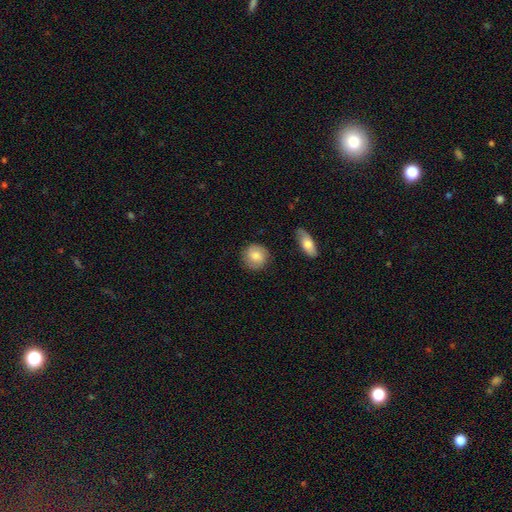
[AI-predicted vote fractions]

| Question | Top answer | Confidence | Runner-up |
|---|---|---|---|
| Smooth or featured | smooth | 78% | featured or disk (15%) |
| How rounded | round | 88% | in between (11%) |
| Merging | none | 84% | minor disturbance (11%) |